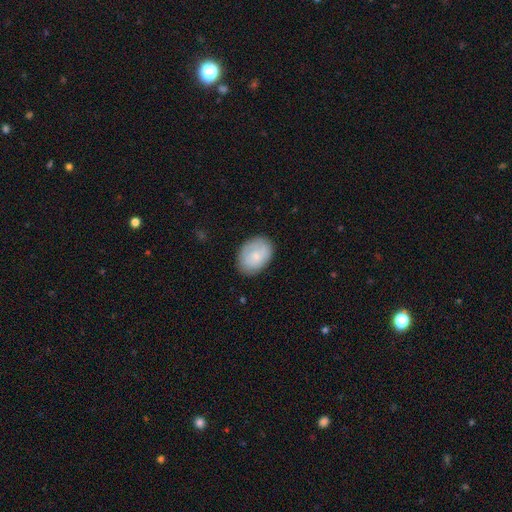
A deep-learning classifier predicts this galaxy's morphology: Smooth or featured? smooth (74%)
How rounded? in between (75%)
Merging? none (80%)